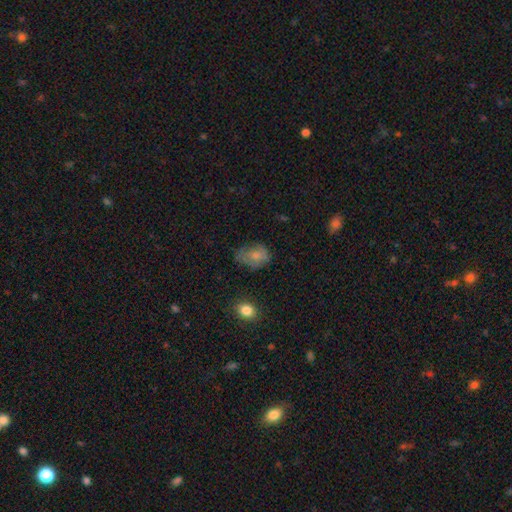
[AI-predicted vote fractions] This appears to be a smooth galaxy with no disk features (70%) that is in between round and cigar-shaped (70%). Merging: none (50%).